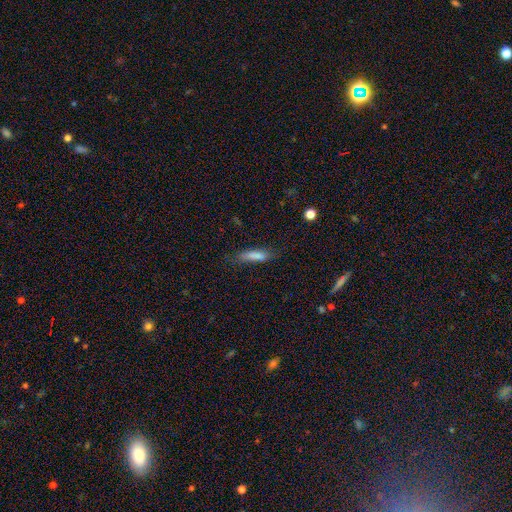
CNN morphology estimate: Overall: smooth (80%). How rounded: cigar-shaped (71%). Merging: none (68%).